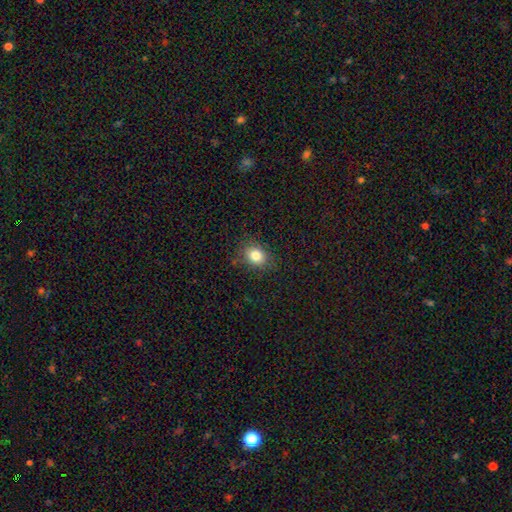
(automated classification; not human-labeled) A smooth galaxy with no disk features (82%) that is round (50%).

Vote fractions:
- Smooth or featured? smooth: 82% / star or artifact: 11% / featured or disk: 7%
- How rounded? round: 50% / in between: 49% / cigar-shaped: 1%
- Merging? none: 82% / minor disturbance: 13% / major disturbance: 3% / merger: 1%